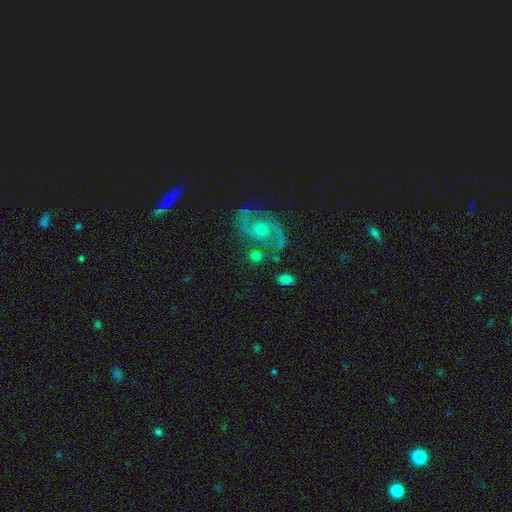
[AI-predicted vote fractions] featured or disk 60%, smooth 30%, star or artifact 10%. Down the decision tree: edge-on disk — no (96%); bar — no (66%); spiral arms — yes (86%); bulge size — moderate (55%); merging — none (66%).